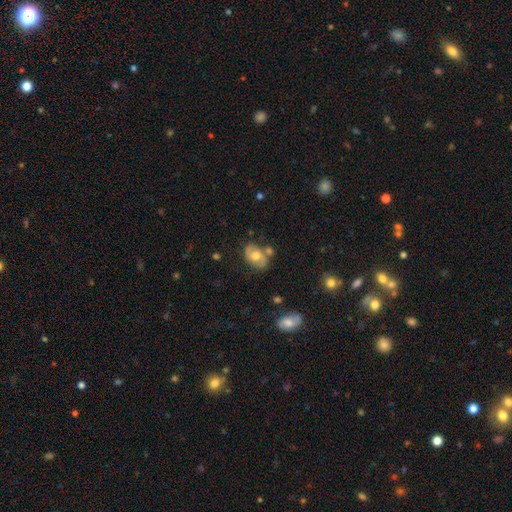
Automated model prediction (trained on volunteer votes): A featured or disk galaxy (52%). Merging: none (64%).